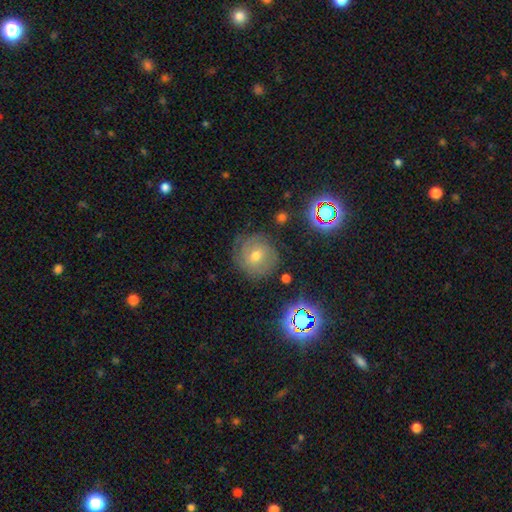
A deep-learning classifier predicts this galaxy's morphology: A featured or disk galaxy (44%).

Vote fractions:
- Smooth or featured? featured or disk: 44% / smooth: 37% / star or artifact: 19%
- Merging? none: 75% / minor disturbance: 16% / major disturbance: 7% / merger: 2%